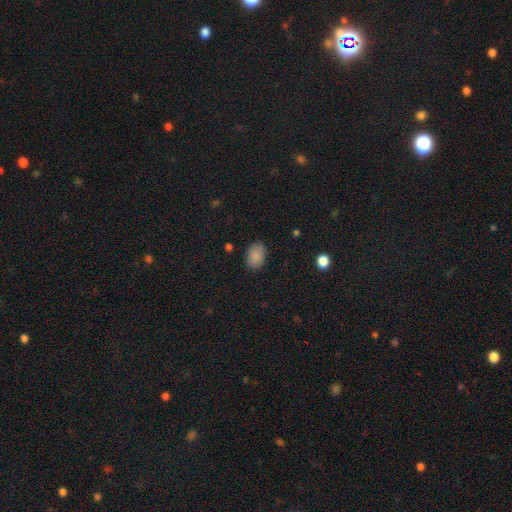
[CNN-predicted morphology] This appears to be a smooth galaxy with no disk features (87%) that is in between round and cigar-shaped (80%). Merging: none (85%).